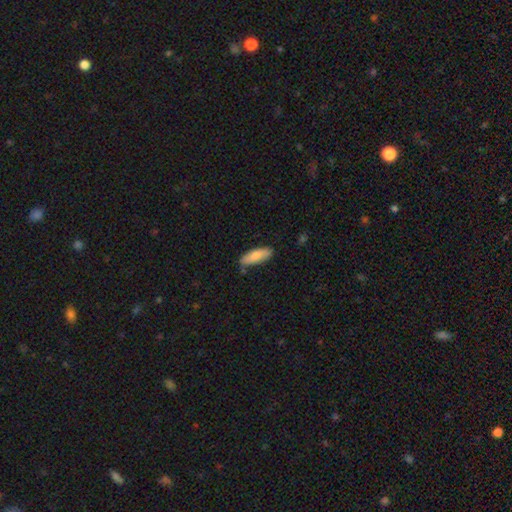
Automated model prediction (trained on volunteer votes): Smooth or featured: smooth — 81% (featured or disk — 13%)
How rounded: in between — 58% (cigar-shaped — 40%)
Merging: none — 74% (minor disturbance — 19%)